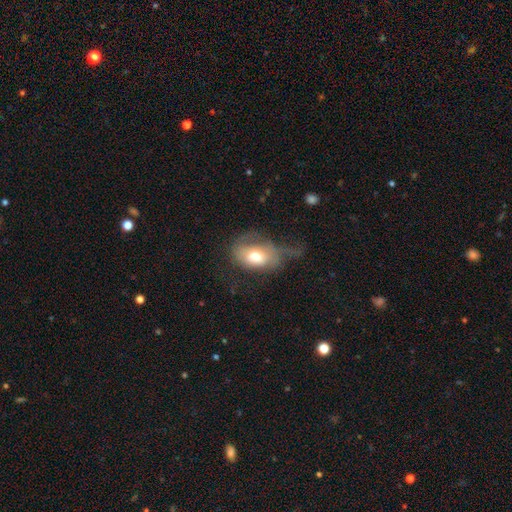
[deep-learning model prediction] Smooth or featured?
  - smooth: 65% *
  - featured or disk: 27%
  - star or artifact: 8%
How rounded?
  - in between: 83% *
  - round: 15%
  - cigar-shaped: 2%
Merging?
  - major disturbance: 43% *
  - minor disturbance: 29%
  - none: 25%
  - merger: 3%